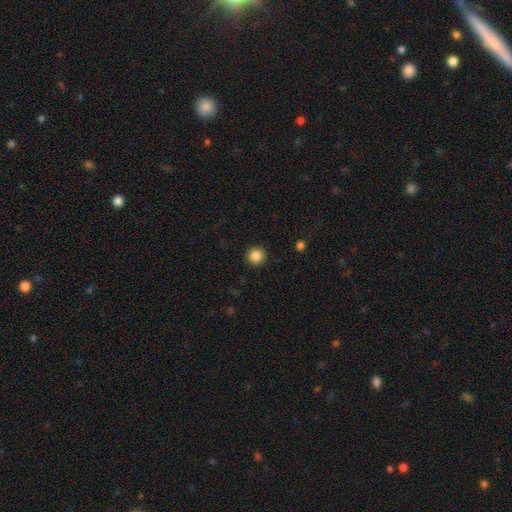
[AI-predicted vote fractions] smooth_or_featured: smooth (p=0.86) [alt: star or artifact p=0.10]
how_rounded: round (p=0.94) [alt: in between p=0.05]
merging: none (p=0.92) [alt: minor disturbance p=0.05]